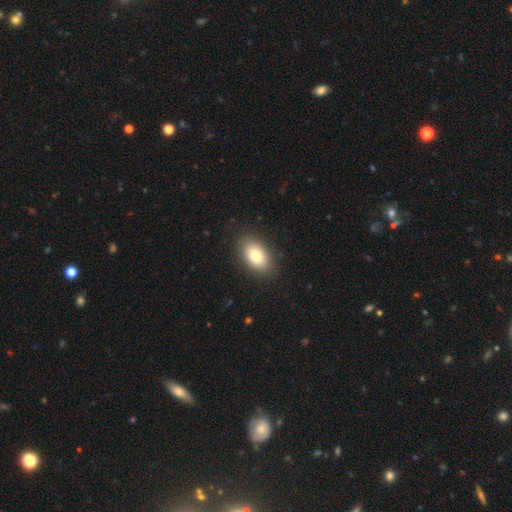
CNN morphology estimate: smooth-or-featured: smooth: 81% | featured or disk: 11% | star or artifact: 8%
  how-rounded: in between: 90% | round: 8% | cigar-shaped: 1%
  merging: none: 87% | minor disturbance: 9% | major disturbance: 3% | merger: 1%